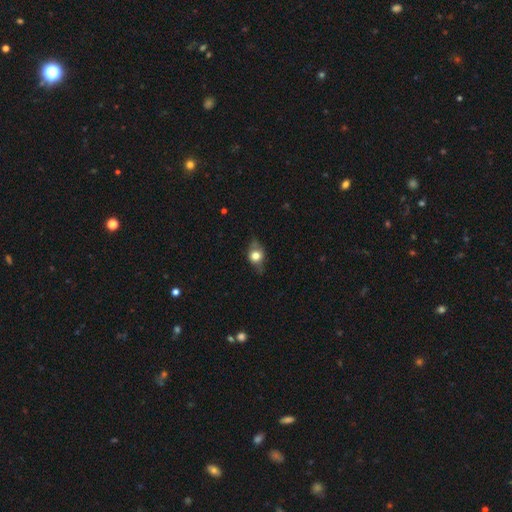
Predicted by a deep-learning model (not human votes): Smooth or featured? Predicted: smooth (p=0.57). How rounded? Predicted: in between (p=0.59). Merging? Predicted: none (p=0.66).